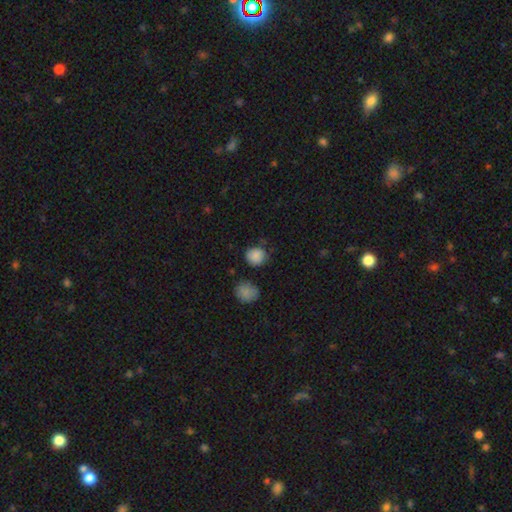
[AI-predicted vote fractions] Morphology: type=smooth (86%); roundness=round (85%); merging=none (74%).